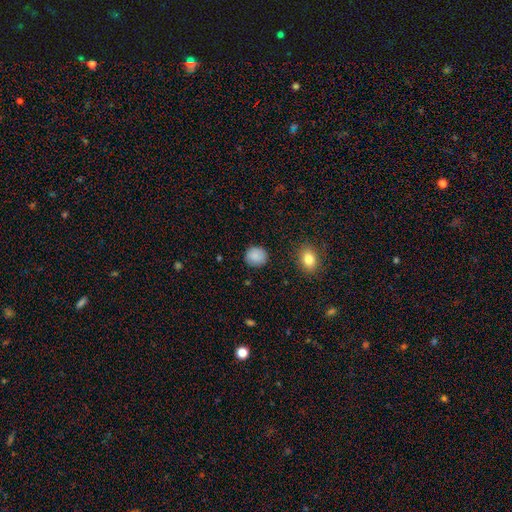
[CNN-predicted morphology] A smooth galaxy with no disk features (88%) that is round (83%). Merging: none (88%).